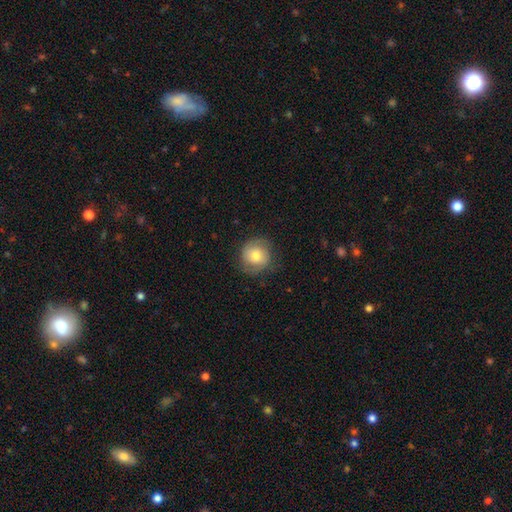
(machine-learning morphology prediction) Smooth or featured: smooth — 60% (featured or disk — 33%)
How rounded: round — 89% (in between — 10%)
Merging: none — 76% (minor disturbance — 16%)